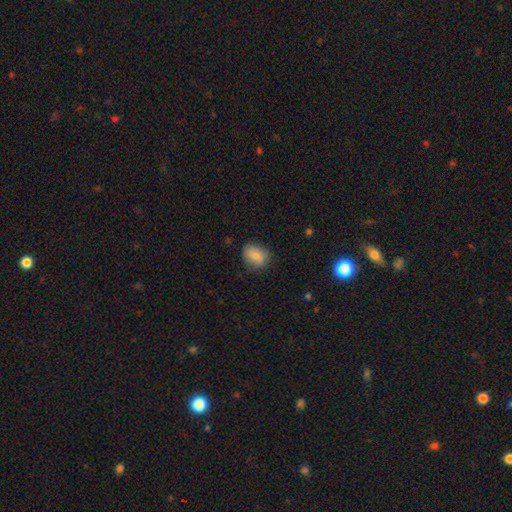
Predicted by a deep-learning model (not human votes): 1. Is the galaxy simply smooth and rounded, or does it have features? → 75% smooth, 18% featured or disk, 7% star or artifact.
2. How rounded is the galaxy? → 51% in between, 47% round, 1% cigar-shaped.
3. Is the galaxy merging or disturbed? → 72% none, 22% minor disturbance, 5% major disturbance, 1% merger.